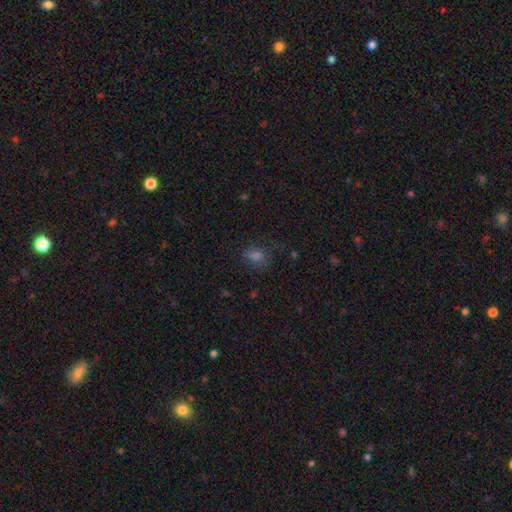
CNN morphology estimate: smooth_or_featured: smooth (p=0.67) [alt: star or artifact p=0.25]
how_rounded: in between (p=0.53) [alt: round p=0.45]
merging: none (p=0.71) [alt: minor disturbance p=0.19]